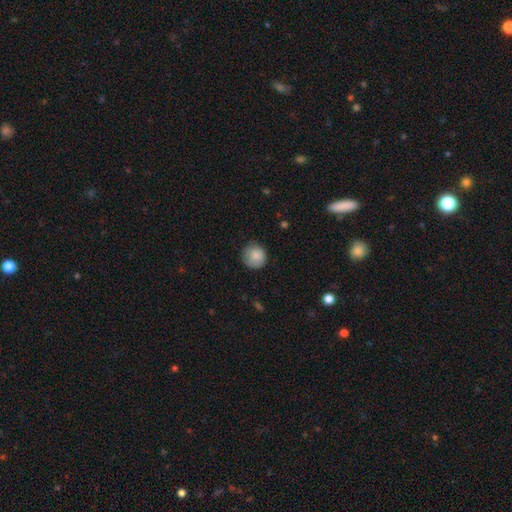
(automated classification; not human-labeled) Smooth or featured: smooth — 86% (star or artifact — 8%)
How rounded: round — 91% (in between — 8%)
Merging: none — 78% (minor disturbance — 17%)